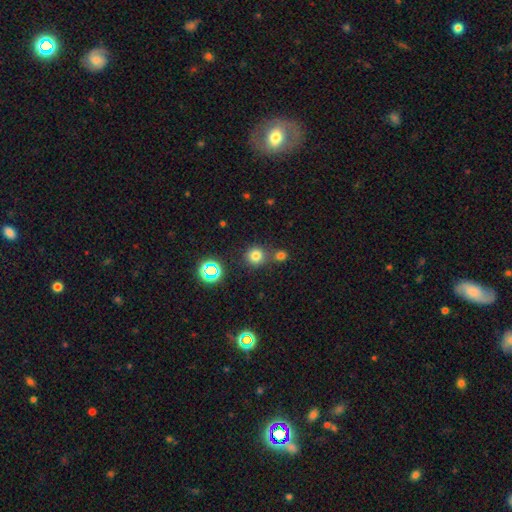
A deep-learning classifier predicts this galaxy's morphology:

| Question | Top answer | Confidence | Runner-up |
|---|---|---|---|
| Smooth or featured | smooth | 74% | star or artifact (20%) |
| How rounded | round | 93% | in between (6%) |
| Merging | none | 71% | merger (18%) |